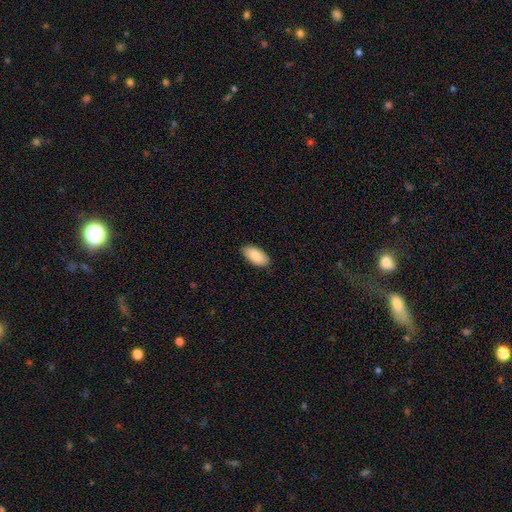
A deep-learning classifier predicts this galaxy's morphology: Q: Smooth or featured?
A: smooth (88%); runner-up: featured or disk (6%)
Q: How rounded?
A: in between (94%); runner-up: cigar-shaped (4%)
Q: Merging?
A: none (88%); runner-up: minor disturbance (9%)